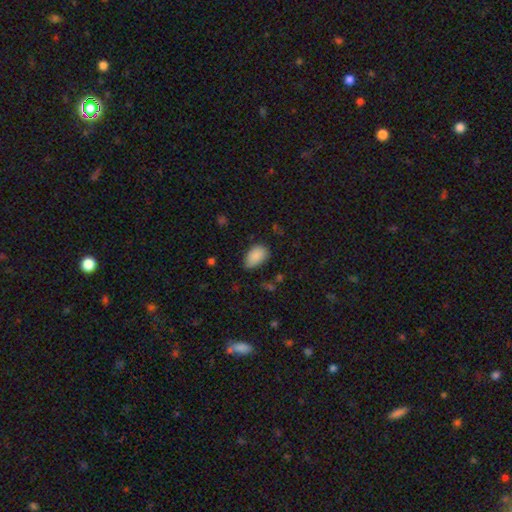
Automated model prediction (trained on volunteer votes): This is clearly a smooth galaxy (88%). How rounded: clearly in between (89%). Merging: likely none (66%).